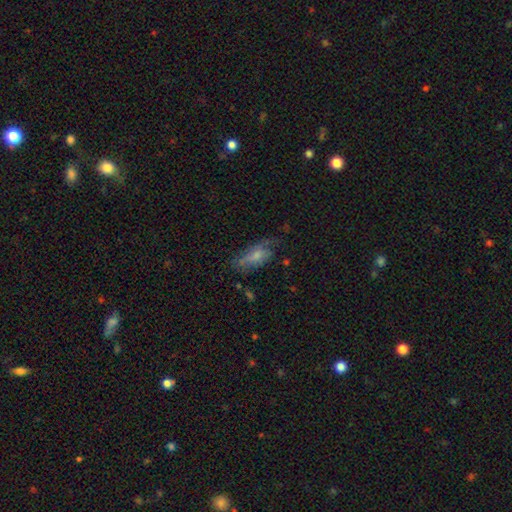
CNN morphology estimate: A smooth galaxy with no disk features (54%) that is in between round and cigar-shaped (80%).

Vote fractions:
- Smooth or featured? smooth: 54% / featured or disk: 37% / star or artifact: 9%
- How rounded? in between: 80% / cigar-shaped: 16% / round: 3%
- Merging? none: 48% / minor disturbance: 28% / major disturbance: 21% / merger: 3%